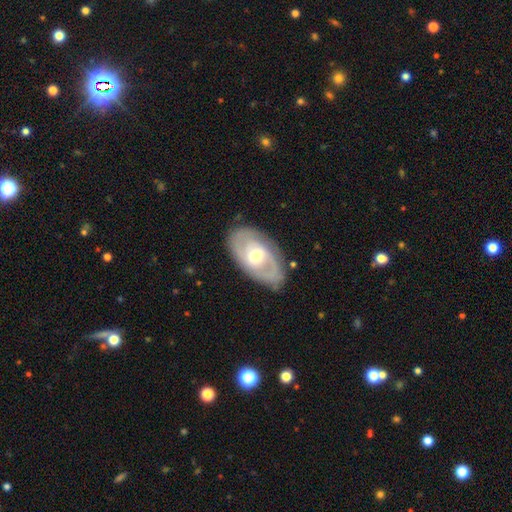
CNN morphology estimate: This appears to be a featured or disk galaxy (74%) with a weak bar (47%), 2 (70%) tight (44%) spiral arms (80%) and a moderate central bulge (70%). Merging: none (81%).